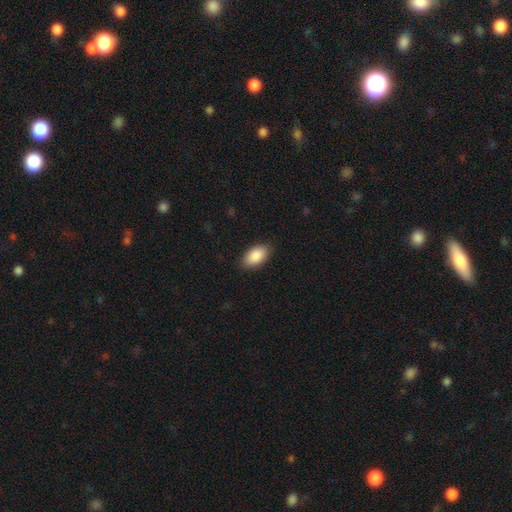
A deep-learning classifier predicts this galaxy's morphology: Smooth or featured: smooth — 89% (star or artifact — 6%)
How rounded: in between — 94% (round — 4%)
Merging: none — 85% (minor disturbance — 12%)